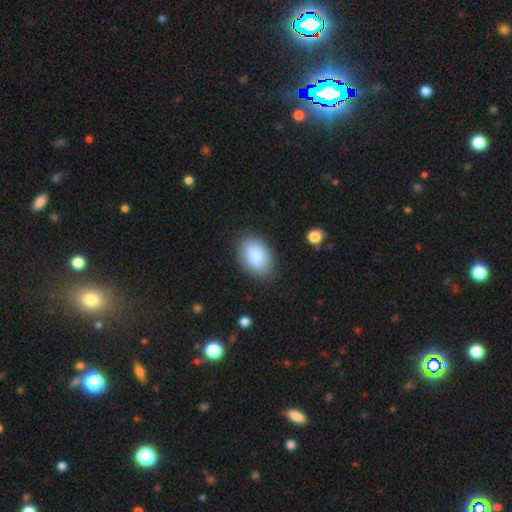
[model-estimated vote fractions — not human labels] Q: Smooth or featured?
A: smooth (87%); runner-up: star or artifact (7%)
Q: How rounded?
A: in between (88%); runner-up: round (11%)
Q: Merging?
A: none (83%); runner-up: minor disturbance (12%)